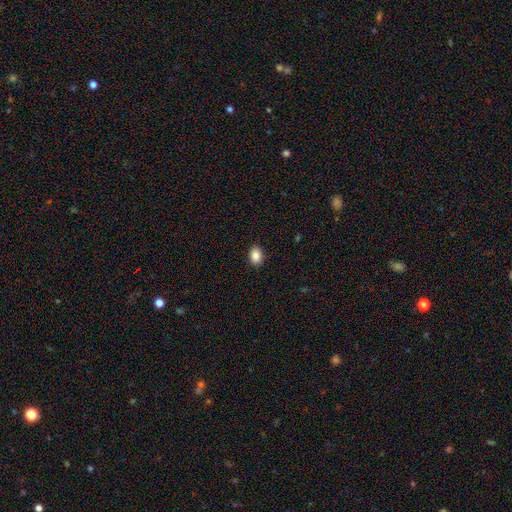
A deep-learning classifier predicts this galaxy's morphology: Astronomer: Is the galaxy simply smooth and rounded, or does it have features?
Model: smooth — 88%.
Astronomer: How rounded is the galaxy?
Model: in between — 74%.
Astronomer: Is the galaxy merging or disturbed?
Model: none — 89%.